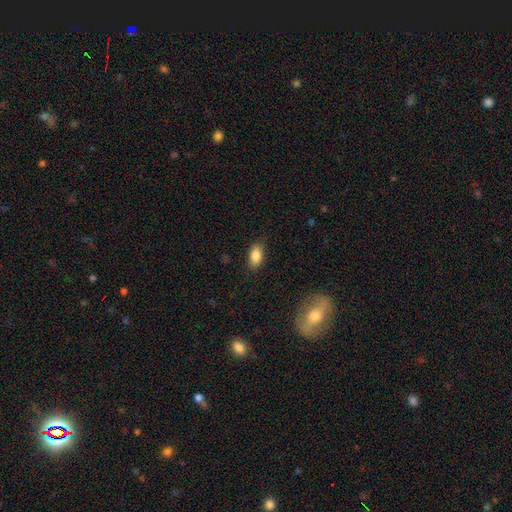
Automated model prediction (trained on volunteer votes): Smooth or featured? Predicted: smooth (p=0.86). How rounded? Predicted: in between (p=0.90). Merging? Predicted: none (p=0.82).